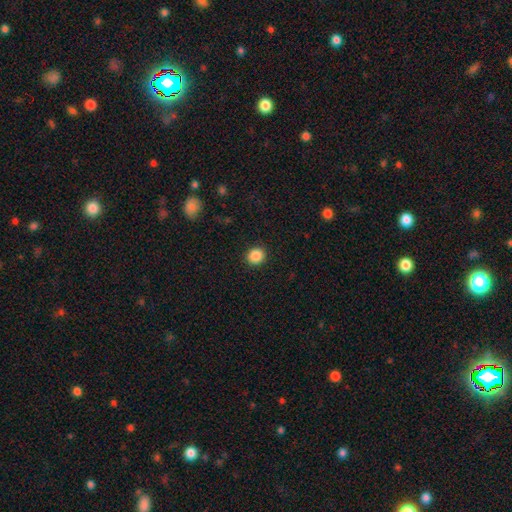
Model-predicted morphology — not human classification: type=smooth (87%); roundness=round (85%); merging=none (92%).